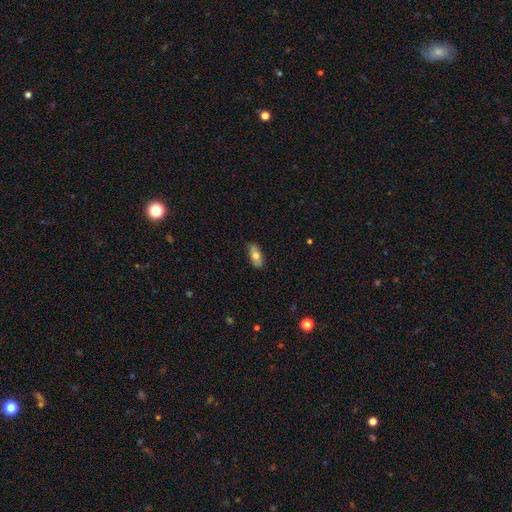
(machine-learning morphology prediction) smooth_or_featured: smooth (p=0.71) [alt: featured or disk p=0.22]
how_rounded: in between (p=0.86) [alt: cigar-shaped p=0.11]
merging: none (p=0.85) [alt: minor disturbance p=0.12]